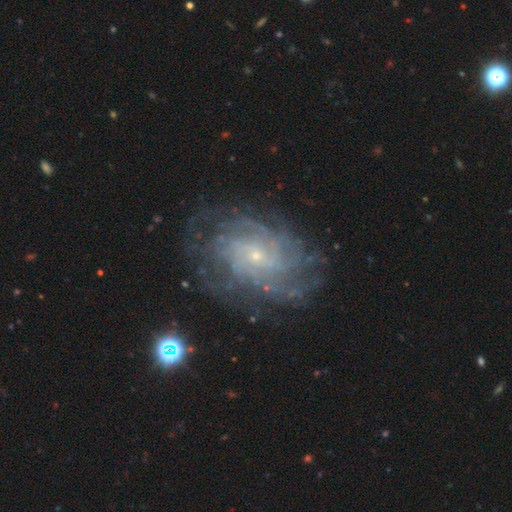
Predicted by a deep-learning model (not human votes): Morphology: type=featured or disk (84%); edge-on=no (96%); bar=no (72%); spiral arms=yes (93%); winding=tight (65%); arm count=can't tell (40%); bulge=small (83%); merging=none (74%).